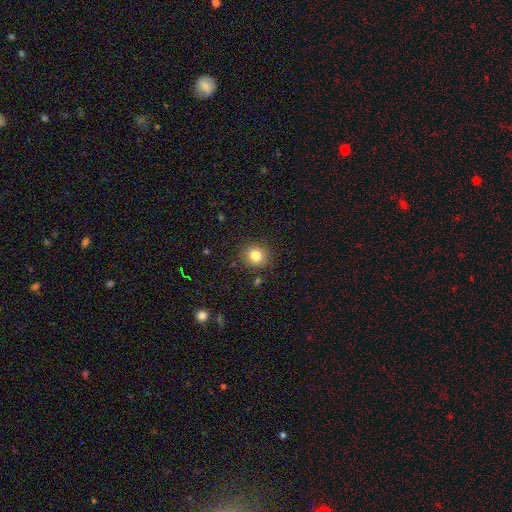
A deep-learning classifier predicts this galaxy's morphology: Smooth or featured: smooth — 82% (star or artifact — 12%)
How rounded: round — 86% (in between — 13%)
Merging: none — 88% (minor disturbance — 8%)